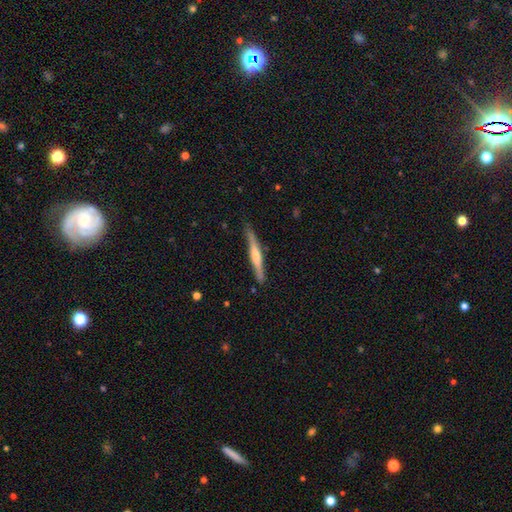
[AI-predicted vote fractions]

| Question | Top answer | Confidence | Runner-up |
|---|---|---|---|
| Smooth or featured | featured or disk | 57% | smooth (37%) |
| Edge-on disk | yes | 97% | no (3%) |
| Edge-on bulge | rounded | 65% | none (21%) |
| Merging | none | 83% | minor disturbance (13%) |